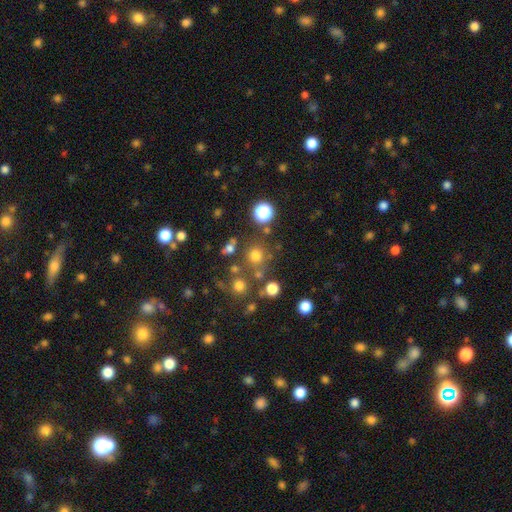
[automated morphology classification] Smooth or featured: smooth — 70% (star or artifact — 22%)
How rounded: round — 88% (in between — 11%)
Merging: none — 71% (merger — 13%)